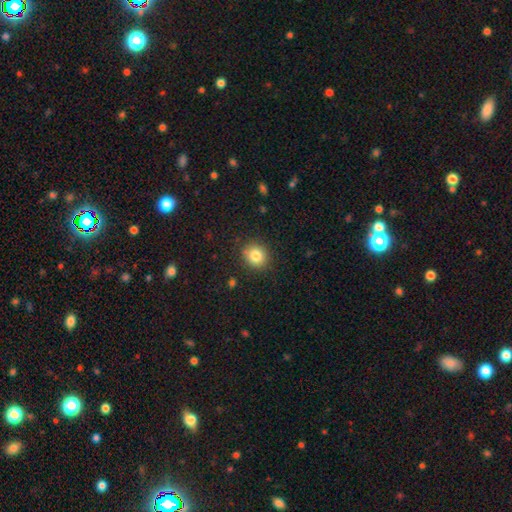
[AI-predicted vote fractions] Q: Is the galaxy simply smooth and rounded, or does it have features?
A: smooth — 82%.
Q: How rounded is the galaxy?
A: round — 80%.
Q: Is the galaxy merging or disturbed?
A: none — 87%.